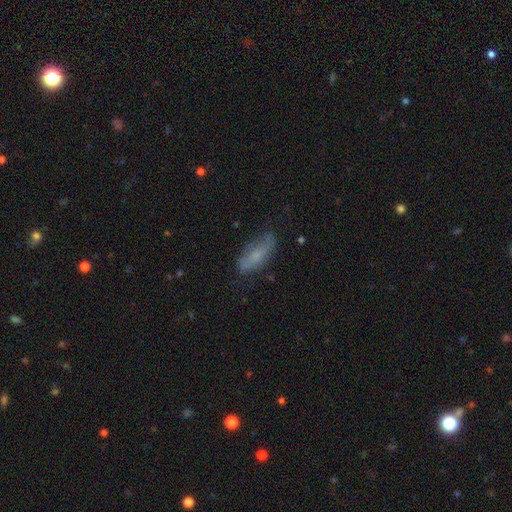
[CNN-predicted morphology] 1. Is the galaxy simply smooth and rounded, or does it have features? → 58% smooth, 33% featured or disk, 9% star or artifact.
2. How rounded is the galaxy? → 65% in between, 33% cigar-shaped, 3% round.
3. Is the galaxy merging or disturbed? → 62% none, 26% minor disturbance, 9% major disturbance, 2% merger.